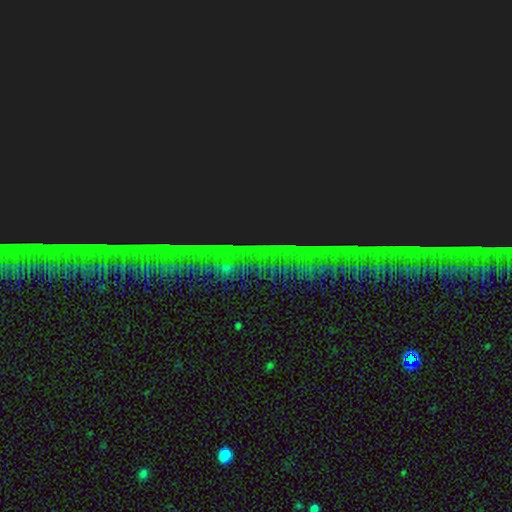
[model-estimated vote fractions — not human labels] A star or artifact, not a galaxy (88%).

Vote fractions:
- Smooth or featured? star or artifact: 88% / featured or disk: 6% / smooth: 5%